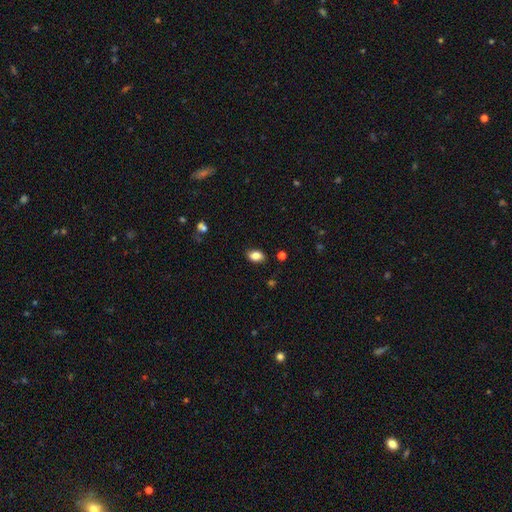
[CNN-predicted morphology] Q: Smooth or featured?
A: smooth (85%); runner-up: star or artifact (8%)
Q: How rounded?
A: in between (87%); runner-up: round (12%)
Q: Merging?
A: none (86%); runner-up: minor disturbance (10%)